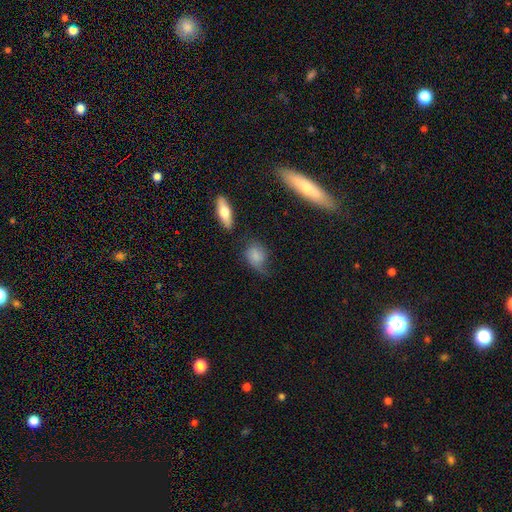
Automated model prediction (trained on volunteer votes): smooth-or-featured: smooth: 72% | featured or disk: 19% | star or artifact: 10%
  how-rounded: in between: 57% | round: 40% | cigar-shaped: 3%
  merging: none: 46% | minor disturbance: 33% | major disturbance: 15% | merger: 6%